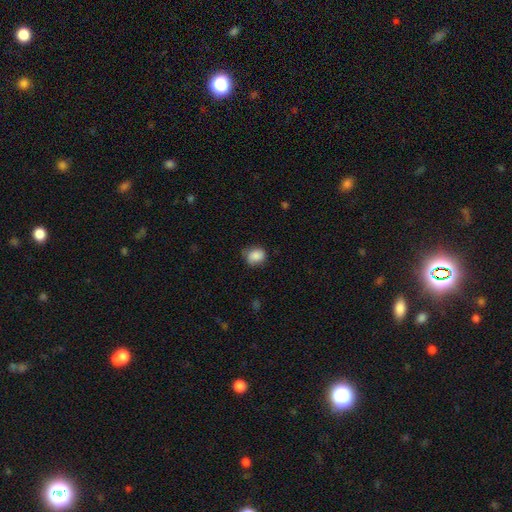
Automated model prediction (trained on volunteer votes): Overall: smooth (83%). How rounded: round (57%; in between 42%). Merging: none (64%; minor disturbance 28%).